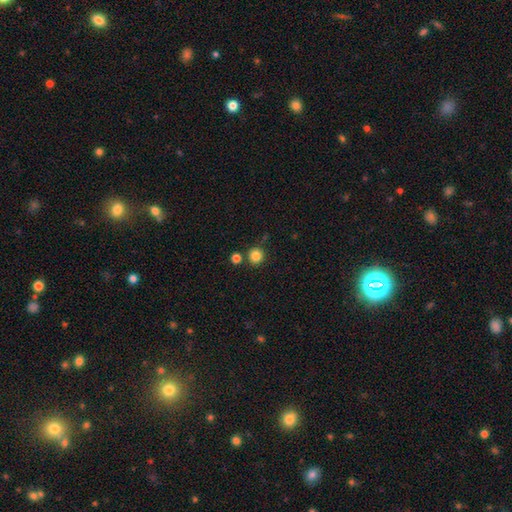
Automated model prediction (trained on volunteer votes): Smooth or featured?
  - smooth: 85% *
  - star or artifact: 11%
  - featured or disk: 4%
How rounded?
  - round: 94% *
  - in between: 5%
  - cigar-shaped: 1%
Merging?
  - none: 82% *
  - merger: 9%
  - minor disturbance: 7%
  - major disturbance: 2%